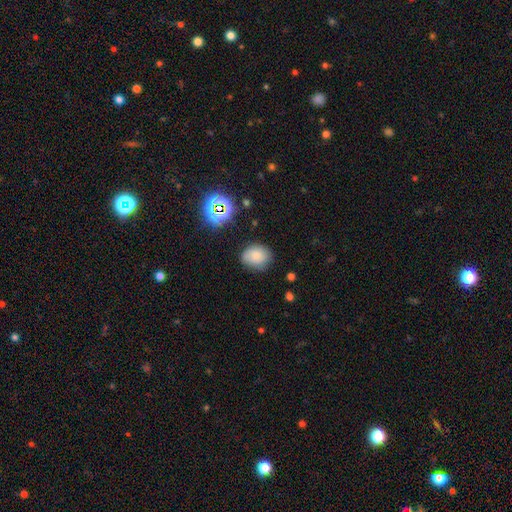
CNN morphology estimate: smooth_or_featured: smooth (p=0.77) [alt: star or artifact p=0.14]
how_rounded: in between (p=0.55) [alt: round p=0.44]
merging: none (p=0.74) [alt: minor disturbance p=0.19]